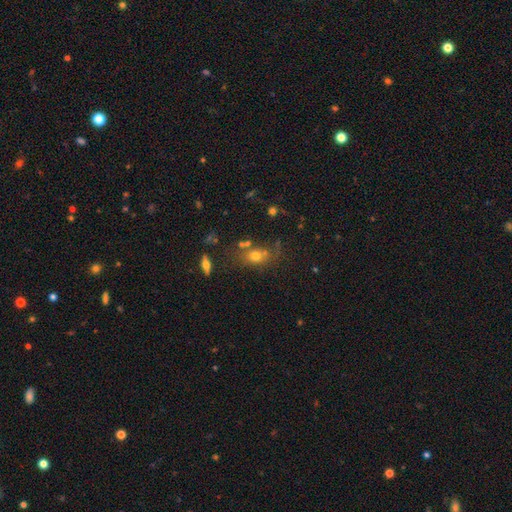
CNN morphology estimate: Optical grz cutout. It shows a smooth galaxy with no disk features (66%) that is in between round and cigar-shaped (58%). Merging: none (58%).